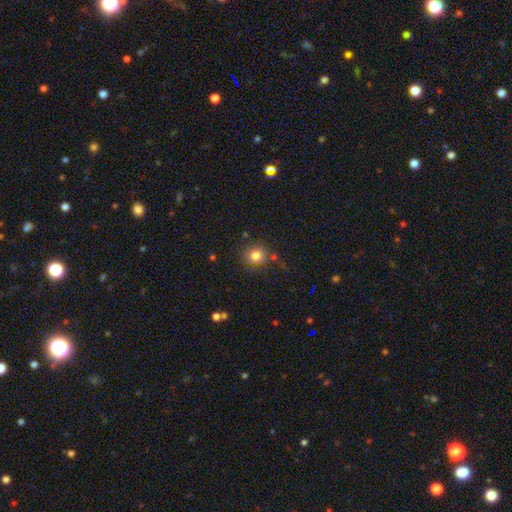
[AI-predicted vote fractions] This is clearly a smooth galaxy (81%). How rounded: clearly round (88%). Merging: likely none (77%).